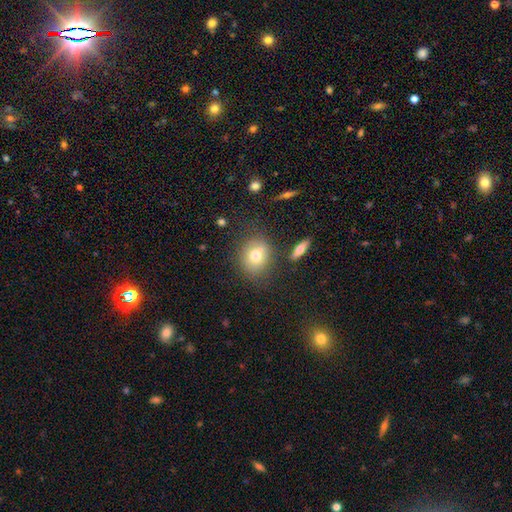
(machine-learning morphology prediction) smooth-or-featured: smooth: 71% | featured or disk: 17% | star or artifact: 12%
  how-rounded: round: 68% | in between: 30% | cigar-shaped: 1%
  merging: none: 65% | merger: 16% | minor disturbance: 14% | major disturbance: 5%